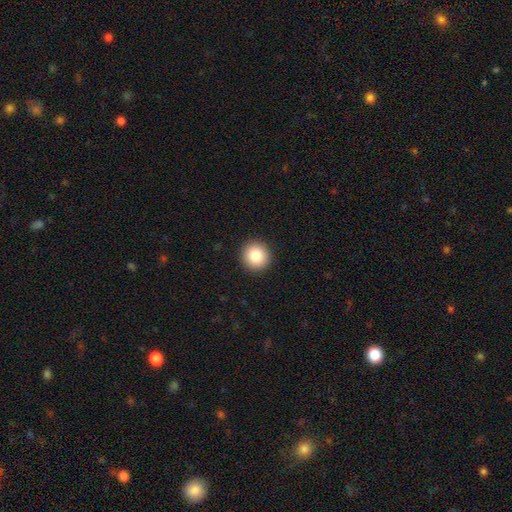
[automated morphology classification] A smooth galaxy with no disk features (84%) that is round (93%).

Vote fractions:
- Smooth or featured? smooth: 84% / star or artifact: 9% / featured or disk: 7%
- How rounded? round: 93% / in between: 6% / cigar-shaped: 1%
- Merging? none: 93% / minor disturbance: 5% / major disturbance: 2% / merger: 1%